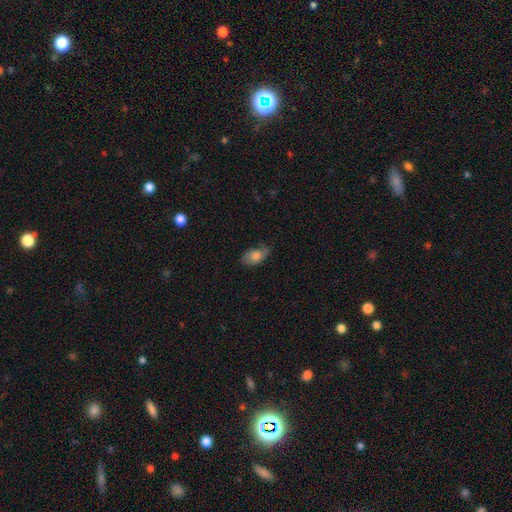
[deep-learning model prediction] smooth 74%, featured or disk 18%, star or artifact 8%. Down the decision tree: how rounded — in between (90%); merging — none (55%).